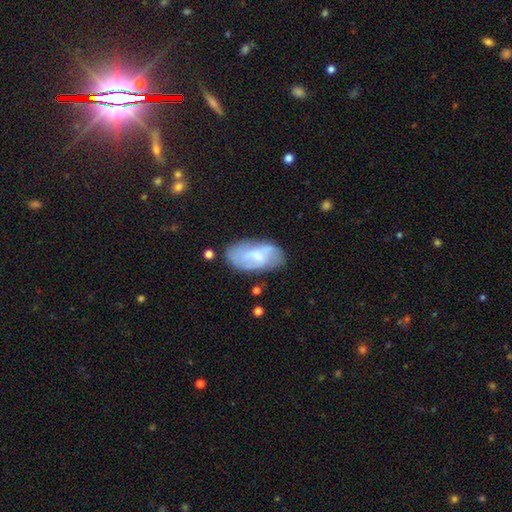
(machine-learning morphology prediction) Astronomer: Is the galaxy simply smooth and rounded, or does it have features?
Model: smooth — 46%, tied with featured or disk at 46%.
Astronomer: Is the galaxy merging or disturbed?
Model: none — 64%.